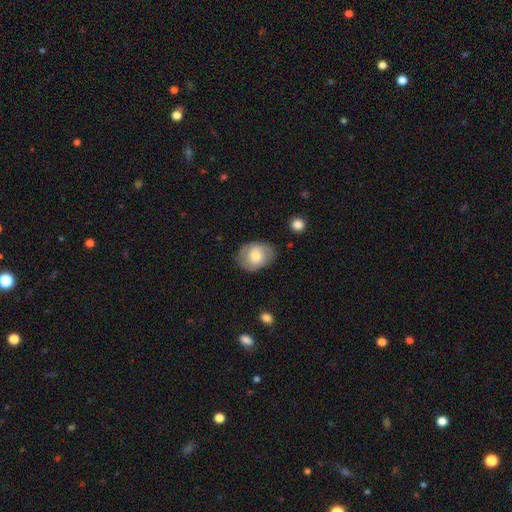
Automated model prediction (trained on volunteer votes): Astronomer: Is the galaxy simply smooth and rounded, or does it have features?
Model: smooth — 62%.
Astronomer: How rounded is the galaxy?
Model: in between — 59% (runner-up: round, 40%).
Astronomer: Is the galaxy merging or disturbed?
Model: none — 76%.